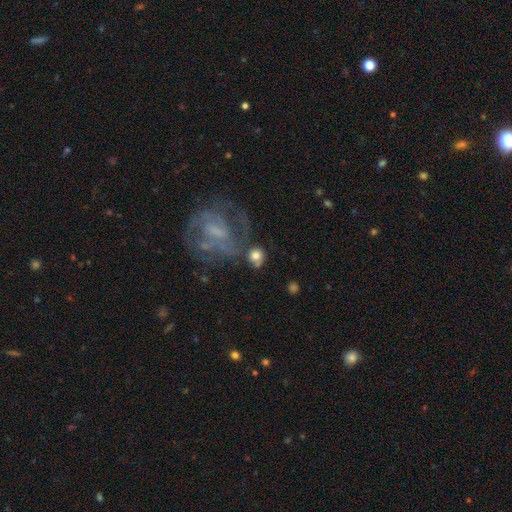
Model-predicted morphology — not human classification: Overall: smooth (71%). How rounded: round (83%). Merging: none (58%).